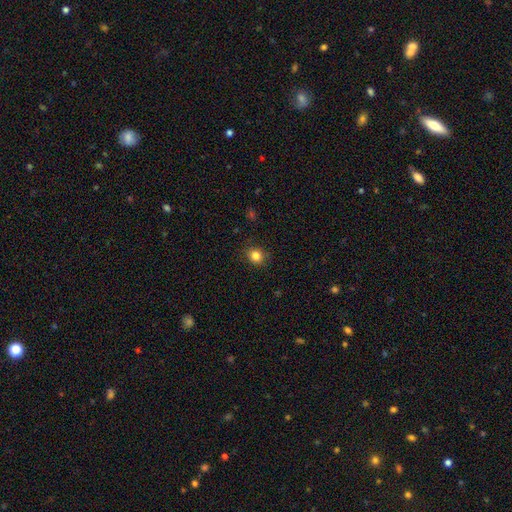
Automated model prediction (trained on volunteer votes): Smooth or featured: smooth — 84% (star or artifact — 11%)
How rounded: round — 79% (in between — 20%)
Merging: none — 87% (minor disturbance — 9%)